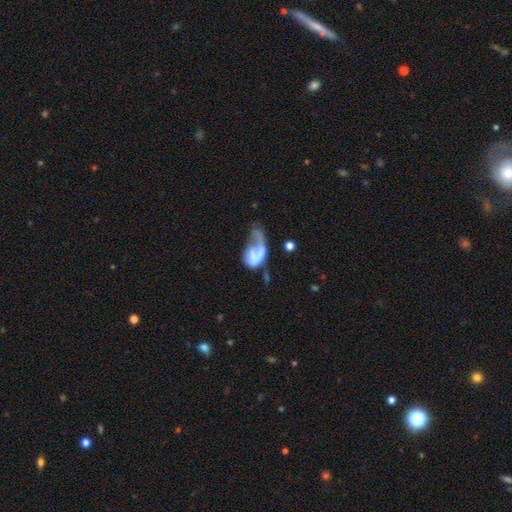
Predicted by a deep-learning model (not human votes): featured or disk 53%, smooth 39%, star or artifact 8%. Down the decision tree: edge-on disk — no (97%); bar — no (74%); spiral arms — yes (60%); bulge size — none (52%); merging — major disturbance (54%).